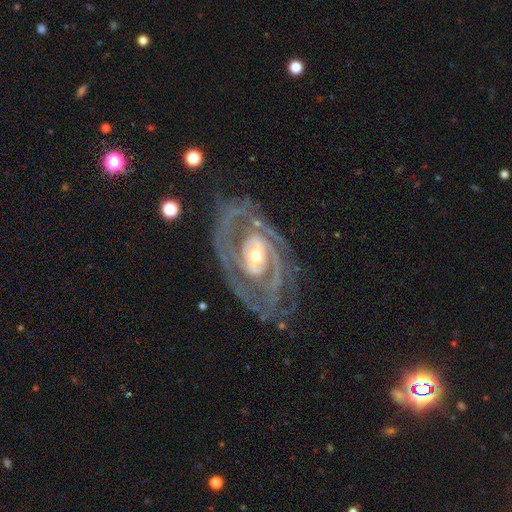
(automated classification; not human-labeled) The model was most divided on "bar": no: 47%, weak: 33%, strong: 20%. Remaining: edge-on disk — no (96%); spiral arms — yes (90%); smooth or featured — featured or disk (90%); merging — none (66%); bulge size — moderate (63%); spiral winding — tight (59%); spiral arm count — 2 (49%).